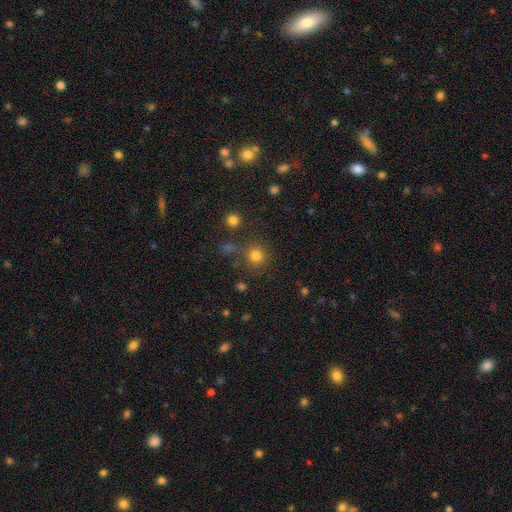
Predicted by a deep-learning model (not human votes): Overall: smooth (79%). How rounded: round (92%). Merging: none (80%).